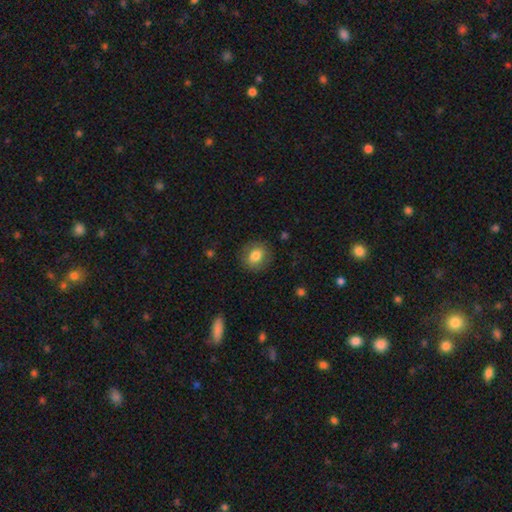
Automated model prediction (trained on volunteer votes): smooth-or-featured: smooth: 81% | featured or disk: 10% | star or artifact: 9%
  how-rounded: round: 75% | in between: 24% | cigar-shaped: 1%
  merging: none: 86% | minor disturbance: 10% | major disturbance: 3% | merger: 1%